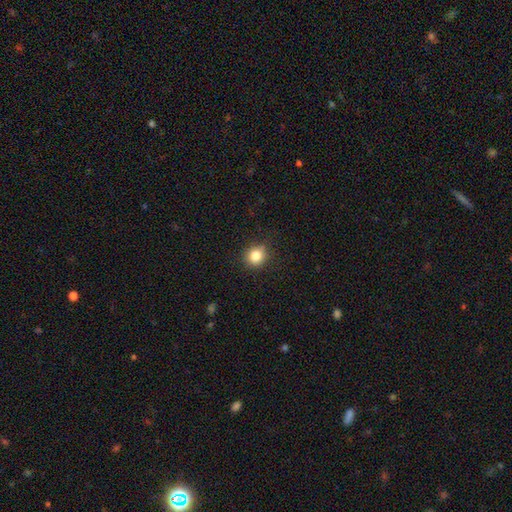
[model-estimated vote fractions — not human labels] A smooth galaxy with no disk features (83%) that is round (85%).

Vote fractions:
- Smooth or featured? smooth: 83% / star or artifact: 11% / featured or disk: 5%
- How rounded? round: 85% / in between: 14% / cigar-shaped: 1%
- Merging? none: 86% / minor disturbance: 11% / major disturbance: 3% / merger: 1%